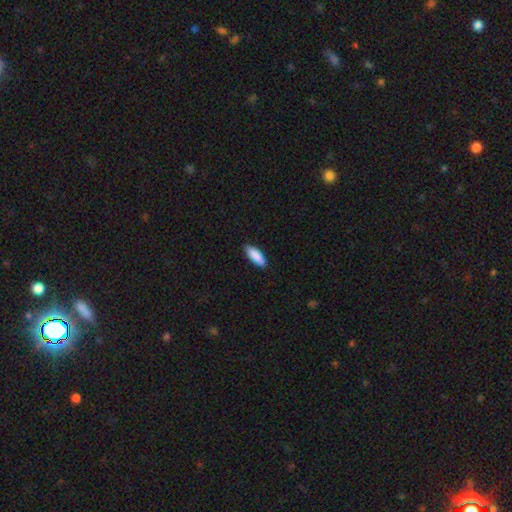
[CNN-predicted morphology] This is clearly a smooth galaxy (89%). How rounded: likely in between (70%). Merging: clearly none (88%).